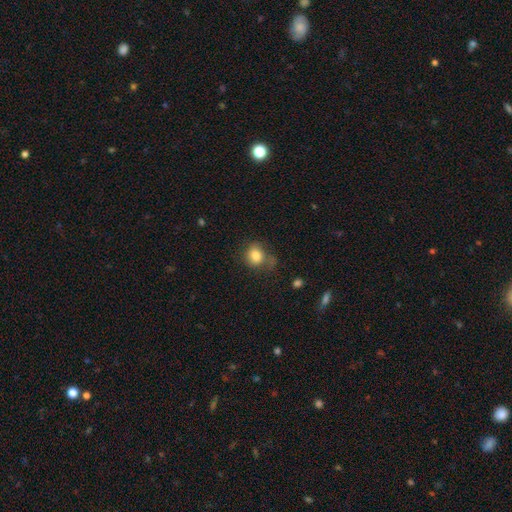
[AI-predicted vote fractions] A smooth galaxy with no disk features (82%) that is round (64%).

Vote fractions:
- Smooth or featured? smooth: 82% / star or artifact: 10% / featured or disk: 9%
- How rounded? round: 64% / in between: 35% / cigar-shaped: 1%
- Merging? none: 56% / minor disturbance: 25% / major disturbance: 13% / merger: 5%